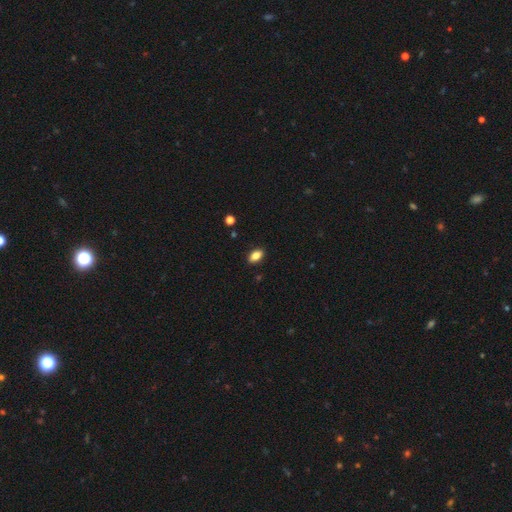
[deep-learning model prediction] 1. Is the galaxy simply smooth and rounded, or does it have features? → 83% smooth, 9% star or artifact, 8% featured or disk.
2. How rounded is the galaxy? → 90% in between, 6% round, 4% cigar-shaped.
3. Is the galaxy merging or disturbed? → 89% none, 8% minor disturbance, 2% major disturbance, 1% merger.